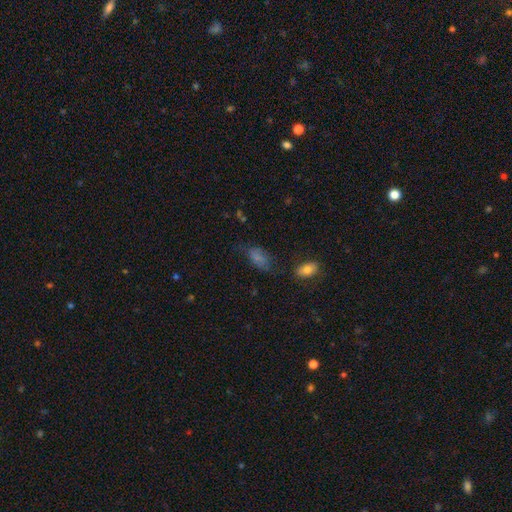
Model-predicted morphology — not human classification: A smooth galaxy with no disk features (63%) that is in between round and cigar-shaped (87%).

Vote fractions:
- Smooth or featured? smooth: 63% / star or artifact: 19% / featured or disk: 18%
- How rounded? in between: 87% / round: 7% / cigar-shaped: 6%
- Merging? none: 53% / minor disturbance: 25% / major disturbance: 17% / merger: 5%